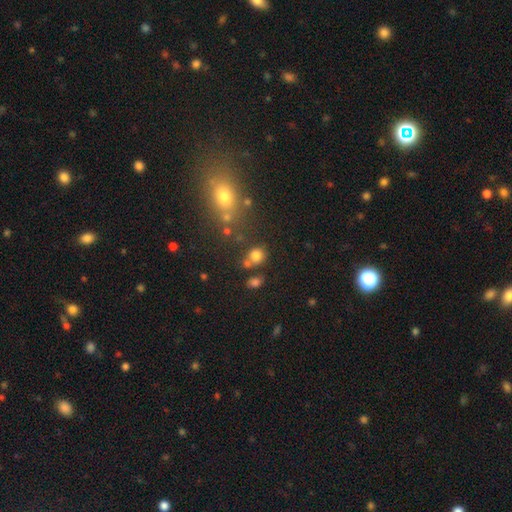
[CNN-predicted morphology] smooth-or-featured: smooth: 77% | star or artifact: 15% | featured or disk: 8%
  how-rounded: round: 74% | in between: 25% | cigar-shaped: 1%
  merging: none: 62% | merger: 20% | minor disturbance: 13% | major disturbance: 5%